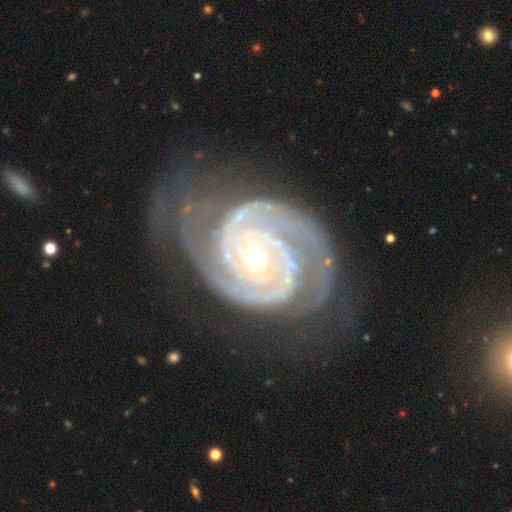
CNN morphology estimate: This appears to be a featured or disk galaxy (94%) with no bar (55%), 2 (62%) tight (77%) spiral arms (99%) and a moderate central bulge (52%). Merging: none (62%).